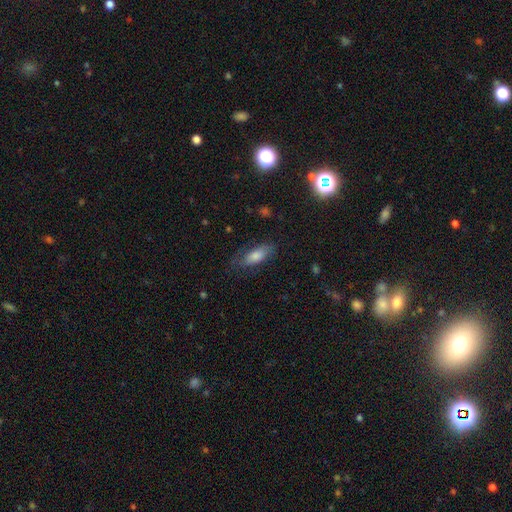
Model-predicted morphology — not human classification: Q: Smooth or featured?
A: smooth (66%); runner-up: featured or disk (22%)
Q: How rounded?
A: in between (74%); runner-up: cigar-shaped (23%)
Q: Merging?
A: none (72%); runner-up: minor disturbance (19%)